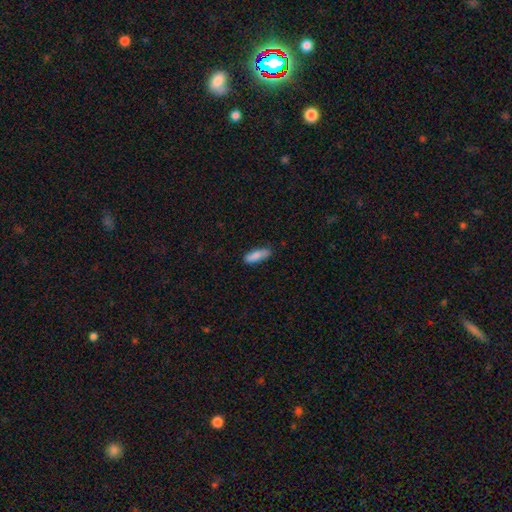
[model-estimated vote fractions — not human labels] A smooth galaxy with no disk features (85%) that is in between round and cigar-shaped (54%). Merging: none (76%).